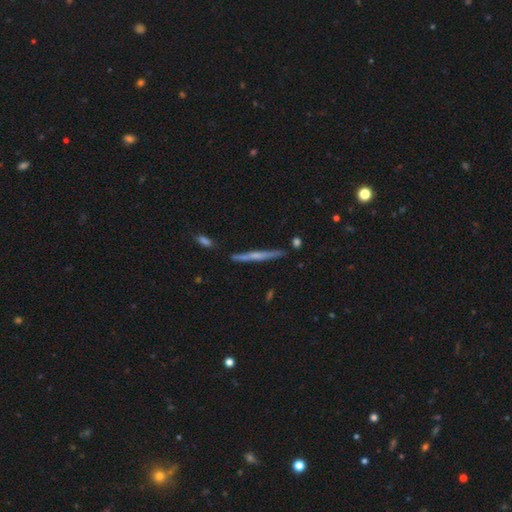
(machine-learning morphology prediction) Overall: featured or disk (62%; smooth 32%). Edge-on disk: yes (97%). Edge-on bulge: none (49%; rounded 43%). Merging: none (87%).